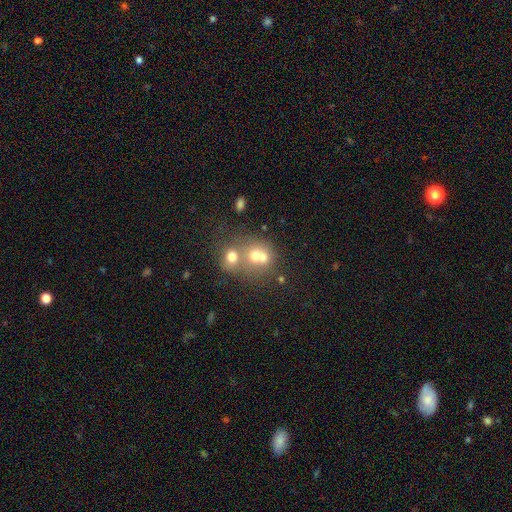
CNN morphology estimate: Overall: smooth (62%; featured or disk 24%). How rounded: round (71%). Merging: merger (61%; none 28%).